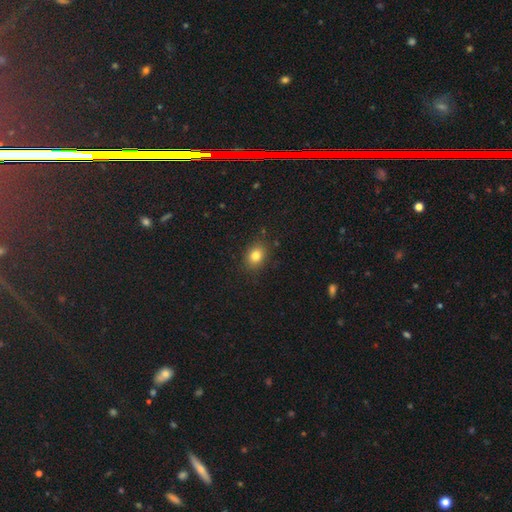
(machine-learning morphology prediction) This is clearly a smooth galaxy (81%). How rounded: possibly in between (60%). Merging: clearly none (87%).